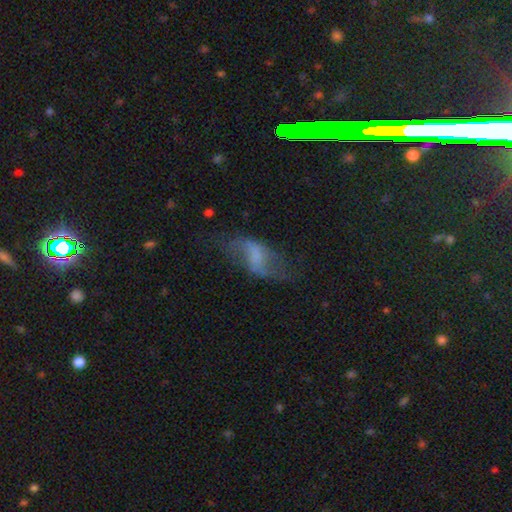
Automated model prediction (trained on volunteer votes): Smooth or featured?
  - featured or disk: 56% *
  - smooth: 34%
  - star or artifact: 10%
Edge-on disk?
  - no: 93% *
  - yes: 7%
Bar?
  - weak: 43% *
  - no: 36%
  - strong: 21%
Spiral arms?
  - yes: 70% *
  - no: 30%
Bulge size?
  - none: 53% *
  - small: 21%
  - moderate: 16%
  - large: 8%
  - dominant: 2%
Merging?
  - none: 47% *
  - major disturbance: 27%
  - minor disturbance: 23%
  - merger: 3%